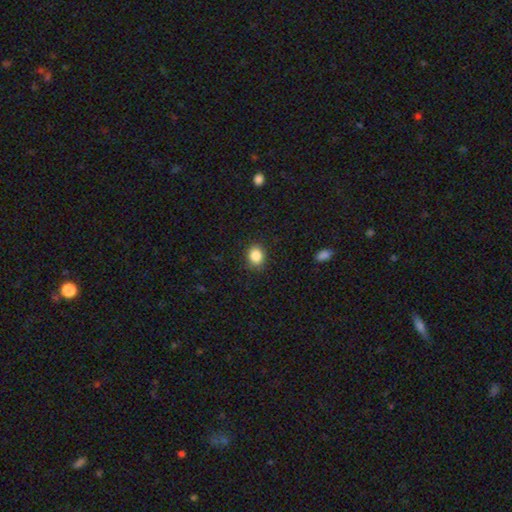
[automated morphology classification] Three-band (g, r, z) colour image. It shows a smooth galaxy with no disk features (86%) that is round (63%). Merging: none (88%).